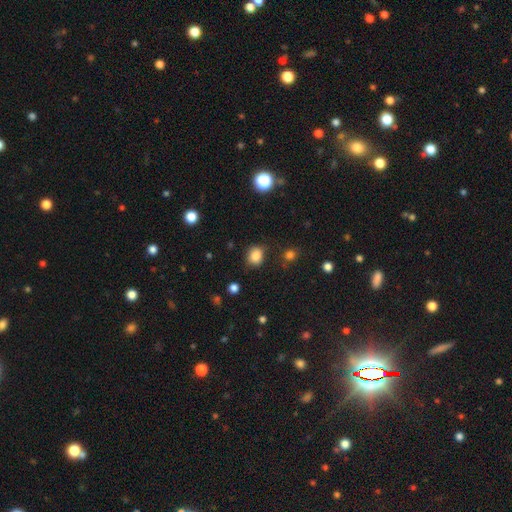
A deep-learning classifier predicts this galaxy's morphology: Q: Smooth or featured?
A: smooth (84%); runner-up: star or artifact (11%)
Q: How rounded?
A: round (63%); runner-up: in between (36%)
Q: Merging?
A: none (77%); runner-up: minor disturbance (16%)